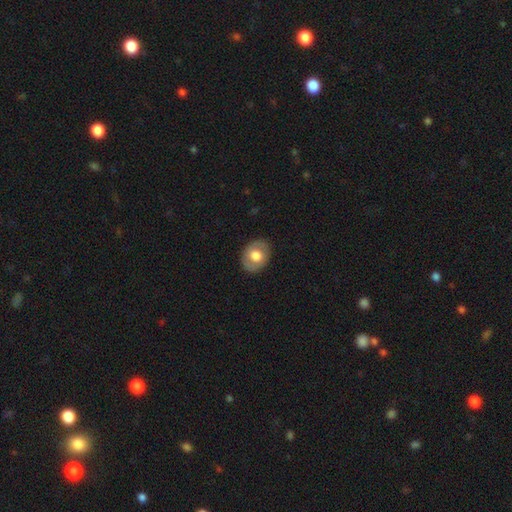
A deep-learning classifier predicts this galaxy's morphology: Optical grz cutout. It shows a smooth galaxy with no disk features (65%) that is in between round and cigar-shaped (59%). Merging: none (85%).